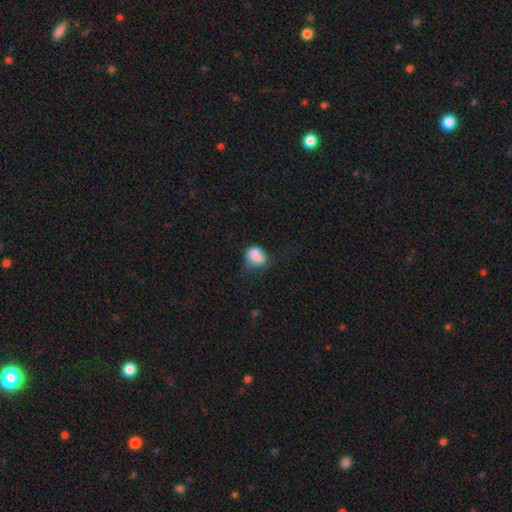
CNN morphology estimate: Smooth or featured?
  - smooth: 75% *
  - featured or disk: 14%
  - star or artifact: 10%
How rounded?
  - in between: 57% *
  - round: 41%
  - cigar-shaped: 1%
Merging?
  - none: 31% * (tied)
  - minor disturbance: 31% * (tied)
  - major disturbance: 24%
  - merger: 14%